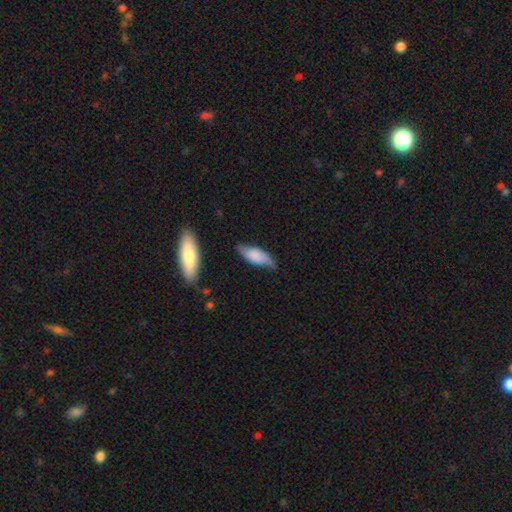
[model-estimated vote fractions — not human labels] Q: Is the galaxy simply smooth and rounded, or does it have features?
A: smooth — 57%.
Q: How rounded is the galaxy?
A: in between — 70%.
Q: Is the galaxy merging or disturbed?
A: none — 57%.